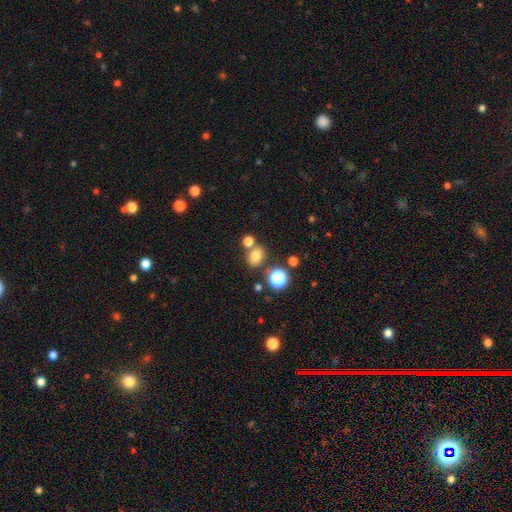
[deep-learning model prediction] smooth 75%, star or artifact 17%, featured or disk 9%. Down the decision tree: how rounded — round (54%); merging — none (64%).